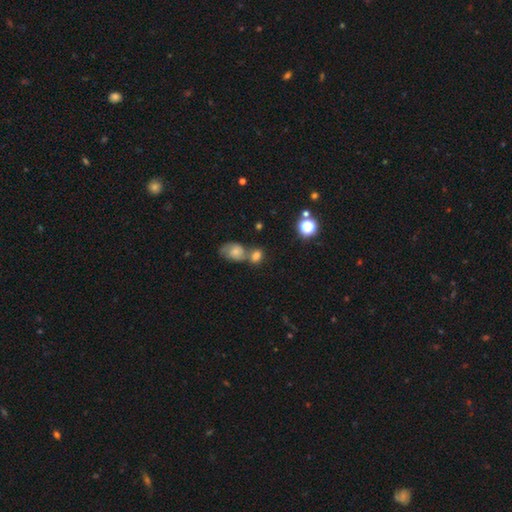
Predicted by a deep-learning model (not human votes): Overall: smooth (62%). How rounded: round (50%; in between 47%). Merging: merger (47%; none 38%).